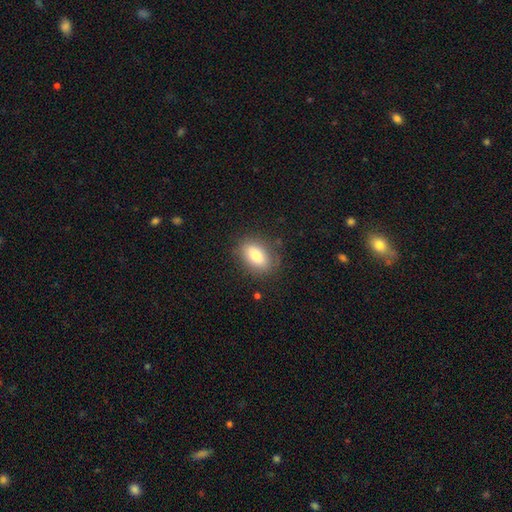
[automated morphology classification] This appears to be a smooth galaxy with no disk features (79%) that is in between round and cigar-shaped (87%). Merging: none (80%).